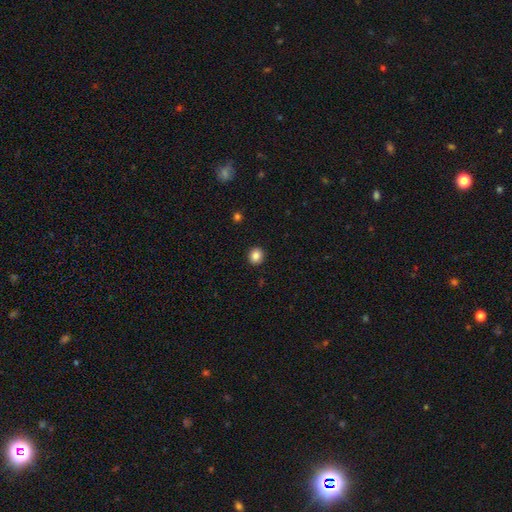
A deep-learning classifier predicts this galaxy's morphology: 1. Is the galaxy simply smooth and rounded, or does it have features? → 86% smooth, 10% star or artifact, 4% featured or disk.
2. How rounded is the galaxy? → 82% round, 17% in between, 1% cigar-shaped.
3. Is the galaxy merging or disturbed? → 92% none, 5% minor disturbance, 2% major disturbance, 1% merger.